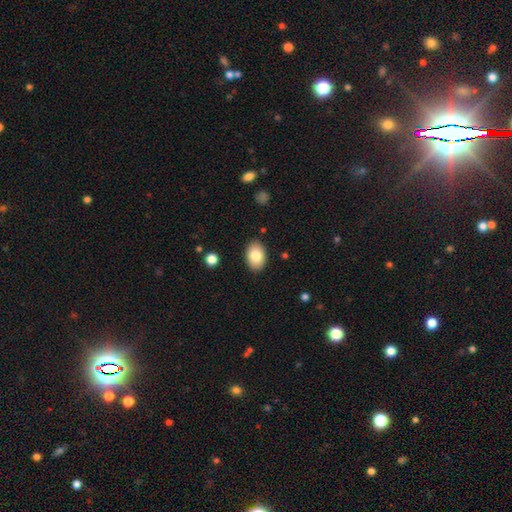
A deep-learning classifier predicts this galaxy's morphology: This appears to be a smooth galaxy with no disk features (82%) that is in between round and cigar-shaped (85%). Merging: none (87%).